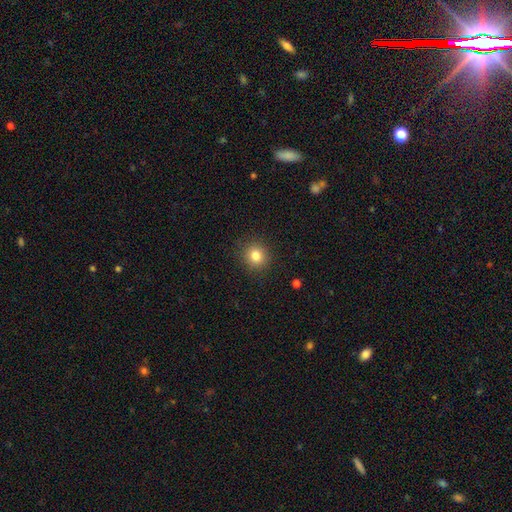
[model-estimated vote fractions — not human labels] Smooth or featured? Predicted: smooth (p=0.82). How rounded? Predicted: round (p=0.88). Merging? Predicted: none (p=0.90).